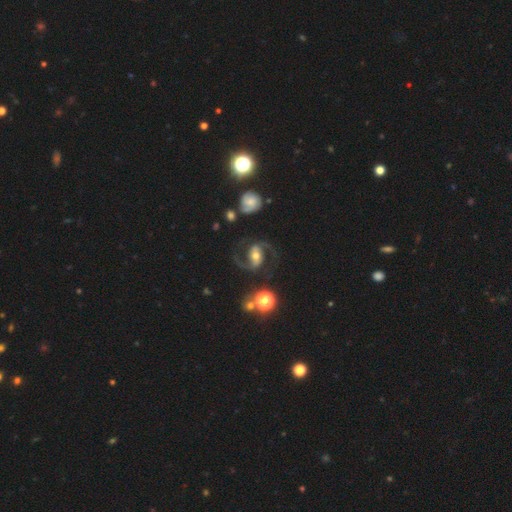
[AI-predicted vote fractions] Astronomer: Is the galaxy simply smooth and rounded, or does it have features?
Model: featured or disk — 90%.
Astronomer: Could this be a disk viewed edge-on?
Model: no — 98%.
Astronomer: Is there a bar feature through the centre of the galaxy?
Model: strong — 41% (runner-up: weak, 34%).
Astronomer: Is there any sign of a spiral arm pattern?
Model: yes — 97%.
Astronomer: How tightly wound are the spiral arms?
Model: medium — 54% (runner-up: loose, 35%).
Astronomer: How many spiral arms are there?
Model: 2 — 94%.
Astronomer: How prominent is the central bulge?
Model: moderate — 66%.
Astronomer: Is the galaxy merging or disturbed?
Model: none — 75%.